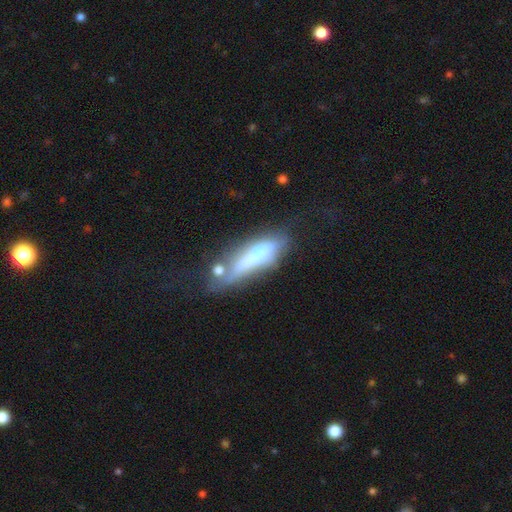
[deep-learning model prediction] smooth 47%, featured or disk 44%, star or artifact 9%. Down the decision tree: merging — none (36%).